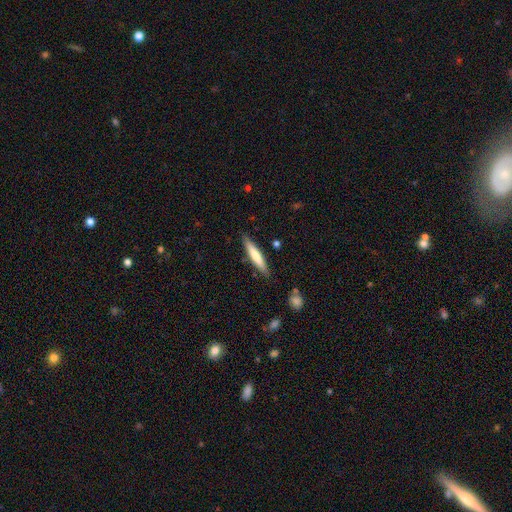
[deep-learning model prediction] smooth-or-featured: smooth: 65% | featured or disk: 29% | star or artifact: 5%
  how-rounded: cigar-shaped: 91% | in between: 8% | round: 1%
  merging: none: 87% | minor disturbance: 10% | major disturbance: 2% | merger: 2%